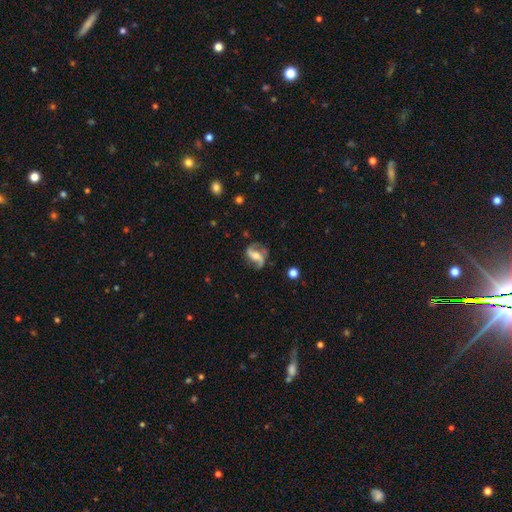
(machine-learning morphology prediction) This is clearly a featured or disk galaxy (85%). It is clearly not viewed edge-on (97%). Bar: marginally weak (37%). Spiral arm pattern: clearly yes (95%). Spiral arm count: clearly 2 (89%). Spiral winding: possibly loose (55%). Central bulge: possibly moderate (53%). Merging: likely none (70%).